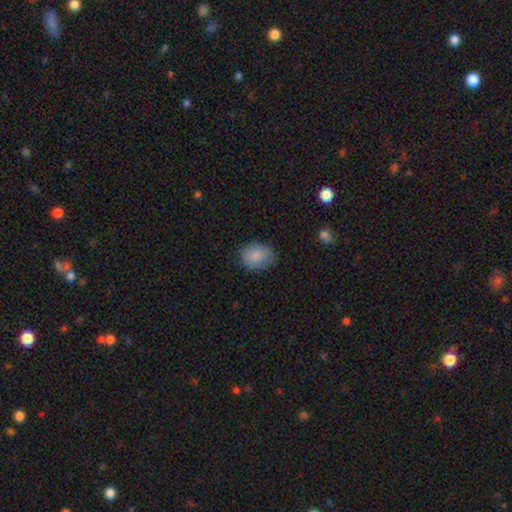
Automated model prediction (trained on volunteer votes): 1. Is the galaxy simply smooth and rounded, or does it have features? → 86% smooth, 7% star or artifact, 7% featured or disk.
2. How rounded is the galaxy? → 59% in between, 40% round, 1% cigar-shaped.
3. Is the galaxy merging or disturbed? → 76% none, 19% minor disturbance, 4% major disturbance, 1% merger.